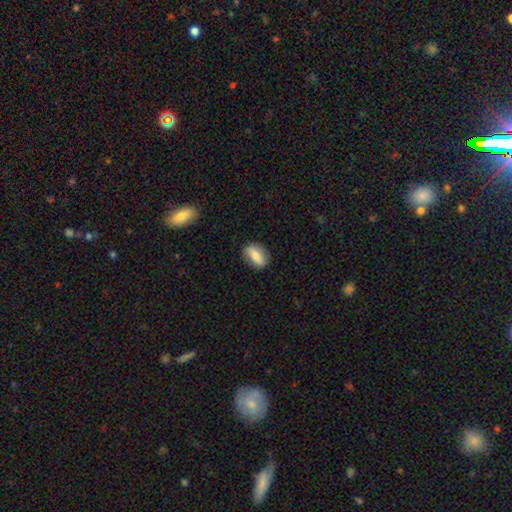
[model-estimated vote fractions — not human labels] This is likely a smooth galaxy (72%). How rounded: likely in between (79%). Merging: clearly none (83%).